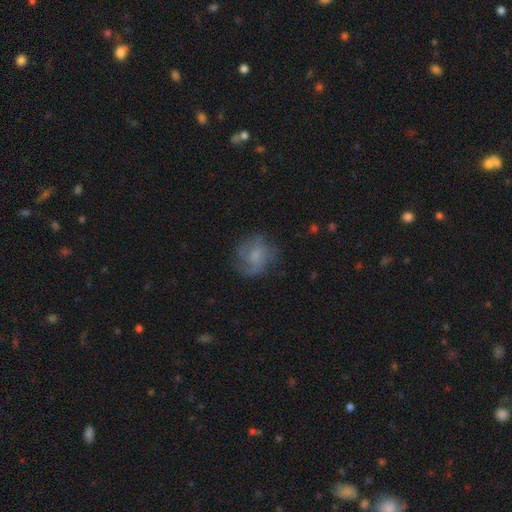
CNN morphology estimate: smooth-or-featured: smooth: 46% | featured or disk: 44% | star or artifact: 10%
  merging: none: 62% | minor disturbance: 21% | major disturbance: 15% | merger: 2%